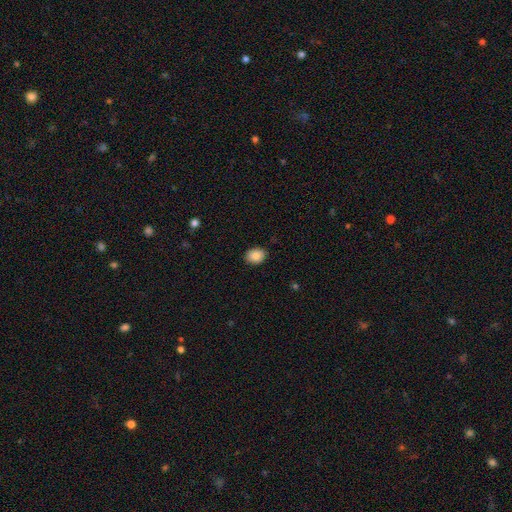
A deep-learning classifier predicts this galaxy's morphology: A smooth galaxy with no disk features (87%) that is in between round and cigar-shaped (63%). Merging: none (88%).